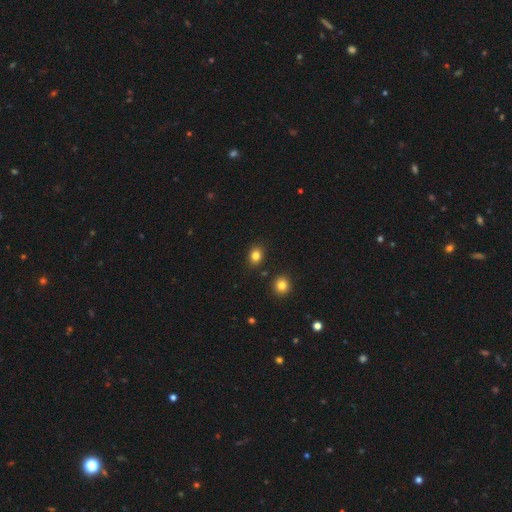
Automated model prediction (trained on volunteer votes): Smooth or featured? smooth (82%)
How rounded? round (50%)
Merging? none (86%)